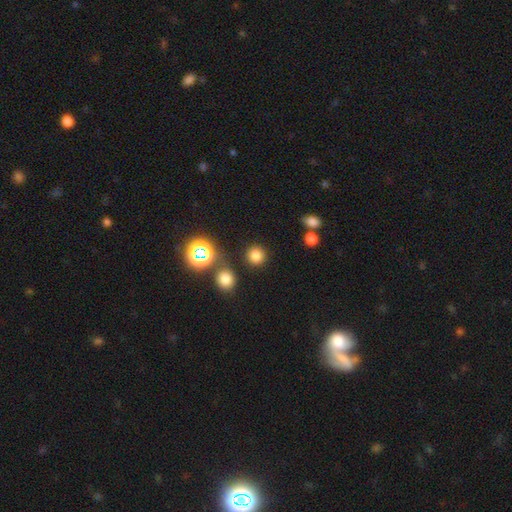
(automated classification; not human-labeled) A smooth galaxy with no disk features (78%) that is round (92%). Merging: none (86%).